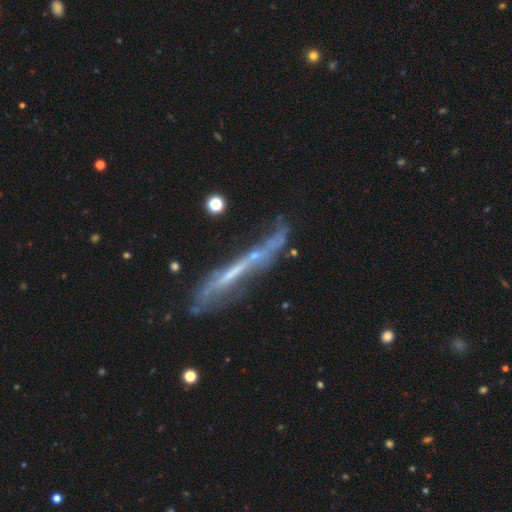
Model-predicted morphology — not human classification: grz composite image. It shows a featured or disk galaxy (61%) viewed edge-on (68%). Merging: none (45%).